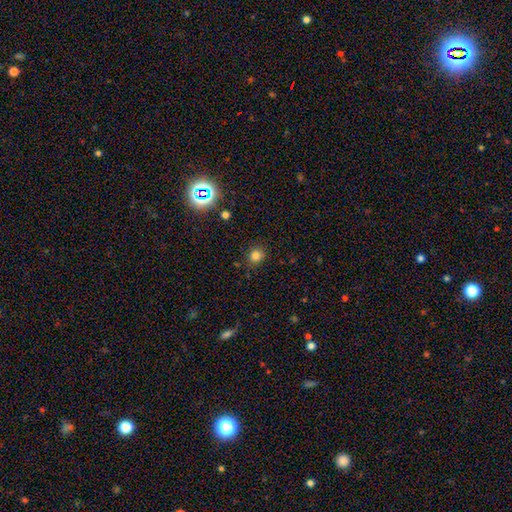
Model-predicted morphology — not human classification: smooth-or-featured: smooth: 80% | star or artifact: 15% | featured or disk: 5%
  how-rounded: round: 78% | in between: 21% | cigar-shaped: 1%
  merging: none: 83% | minor disturbance: 12% | major disturbance: 3% | merger: 2%